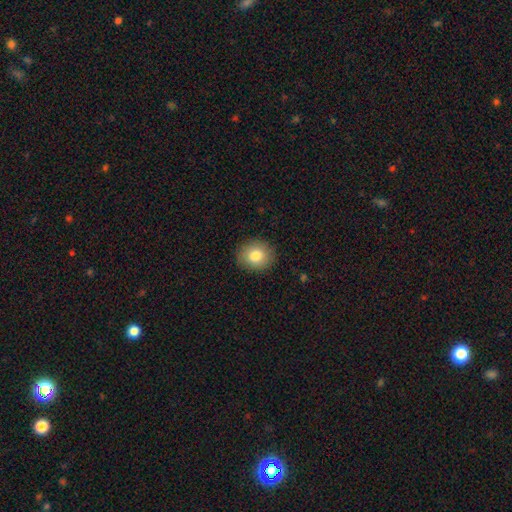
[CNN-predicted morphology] Q: Smooth or featured?
A: smooth (81%); runner-up: featured or disk (9%)
Q: How rounded?
A: round (74%); runner-up: in between (25%)
Q: Merging?
A: none (90%); runner-up: minor disturbance (7%)